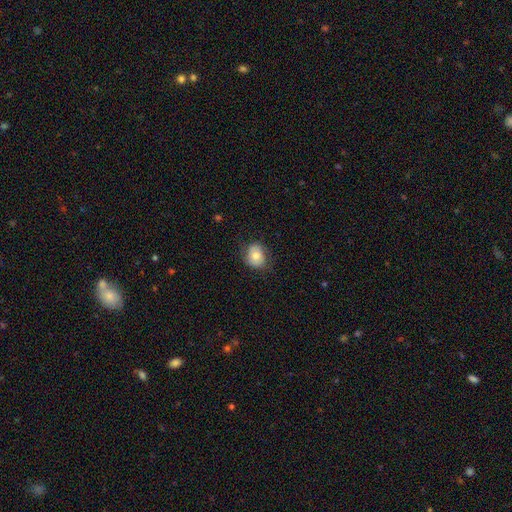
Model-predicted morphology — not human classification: Smooth or featured: smooth — 67% (featured or disk — 25%)
How rounded: round — 60% (in between — 39%)
Merging: none — 69% (minor disturbance — 21%)